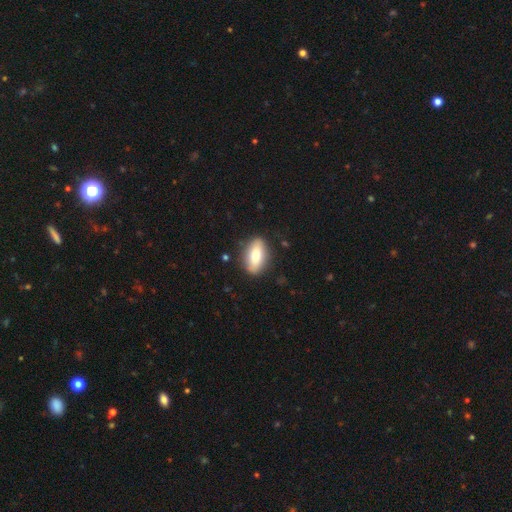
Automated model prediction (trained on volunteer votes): The model was most divided on "smooth or featured": smooth: 74%, featured or disk: 20%, star or artifact: 7%. More confident: how rounded — in between (87%); merging — none (84%).